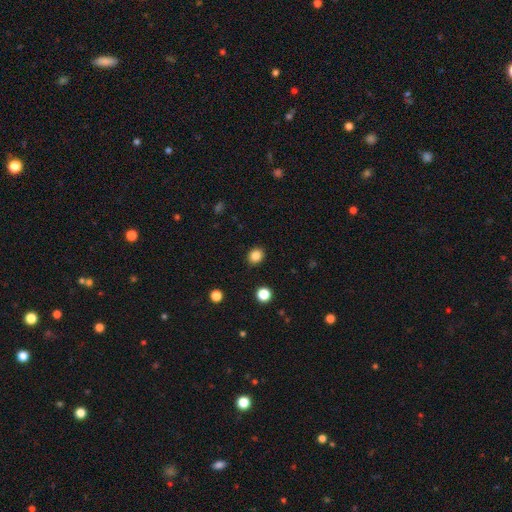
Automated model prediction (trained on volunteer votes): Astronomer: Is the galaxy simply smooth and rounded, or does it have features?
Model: smooth — 84%.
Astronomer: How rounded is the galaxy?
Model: round — 72%.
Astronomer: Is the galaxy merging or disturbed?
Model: none — 90%.